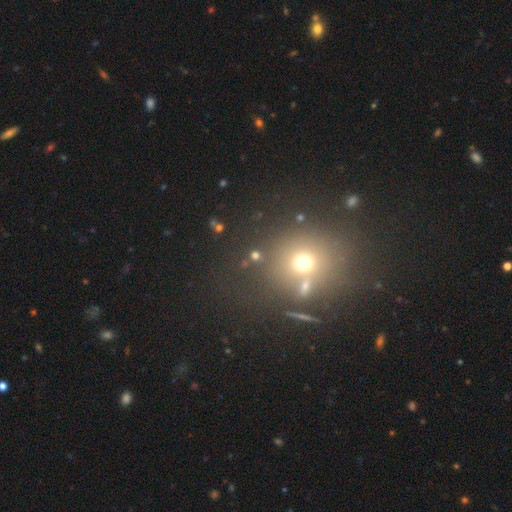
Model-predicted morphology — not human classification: Smooth or featured? smooth (57%)
How rounded? round (84%)
Merging? none (76%)